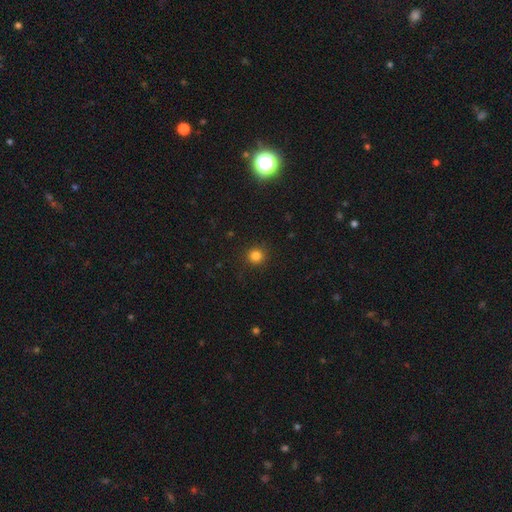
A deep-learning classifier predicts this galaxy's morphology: Smooth or featured: smooth — 82% (star or artifact — 13%)
How rounded: round — 93% (in between — 6%)
Merging: none — 91% (minor disturbance — 6%)